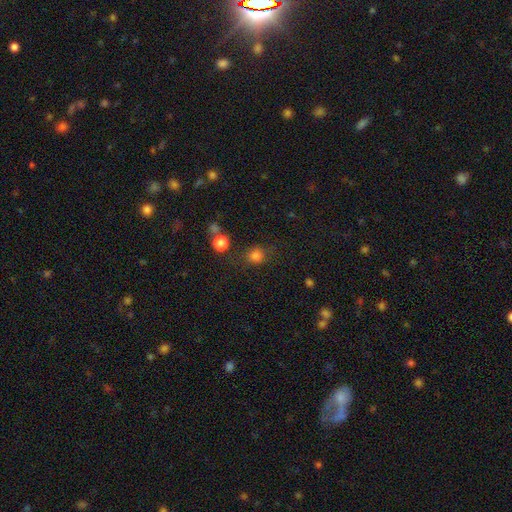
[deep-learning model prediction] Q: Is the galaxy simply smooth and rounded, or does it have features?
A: smooth — 80%.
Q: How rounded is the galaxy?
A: round — 82%.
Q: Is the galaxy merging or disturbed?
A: none — 74%.